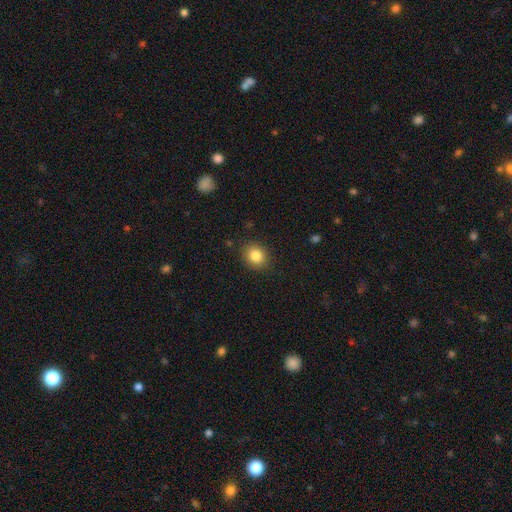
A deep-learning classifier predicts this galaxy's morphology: smooth-or-featured: smooth: 84% | star or artifact: 10% | featured or disk: 6%
  how-rounded: round: 63% | in between: 37% | cigar-shaped: 1%
  merging: none: 88% | minor disturbance: 9% | major disturbance: 2% | merger: 1%